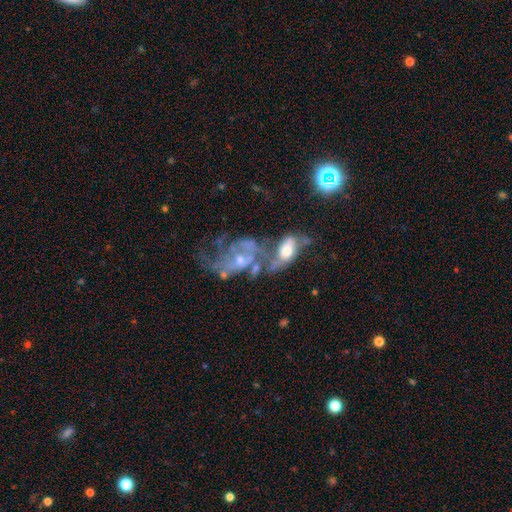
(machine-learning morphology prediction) A featured or disk galaxy (58%) with no bar (67%), spiral arms (63%) and a small central bulge (54%). Merging: merger (37%).